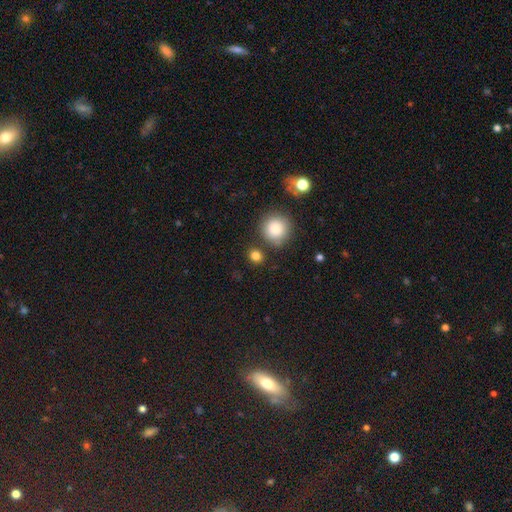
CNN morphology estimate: Q: Smooth or featured?
A: smooth (83%); runner-up: star or artifact (12%)
Q: How rounded?
A: round (77%); runner-up: in between (22%)
Q: Merging?
A: none (78%); runner-up: minor disturbance (10%)